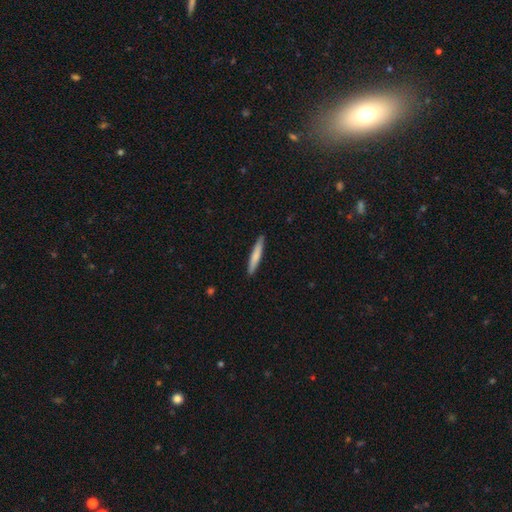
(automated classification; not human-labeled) smooth-or-featured: smooth: 75% | featured or disk: 20% | star or artifact: 5%
  how-rounded: cigar-shaped: 94% | in between: 5% | round: 1%
  merging: none: 90% | minor disturbance: 7% | major disturbance: 1% | merger: 1%